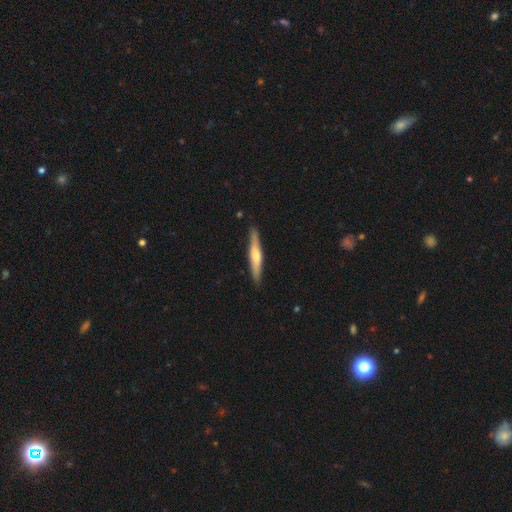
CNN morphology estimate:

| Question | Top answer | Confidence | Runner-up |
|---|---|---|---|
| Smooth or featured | featured or disk | 50% | smooth (44%) |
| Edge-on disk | yes | 94% | no (6%) |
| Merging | none | 88% | minor disturbance (9%) |